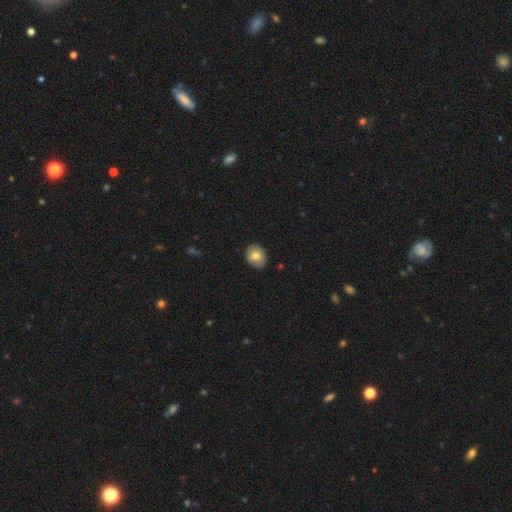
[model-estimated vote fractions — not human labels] This appears to be a smooth galaxy with no disk features (75%) that is round (55%). Merging: none (85%).